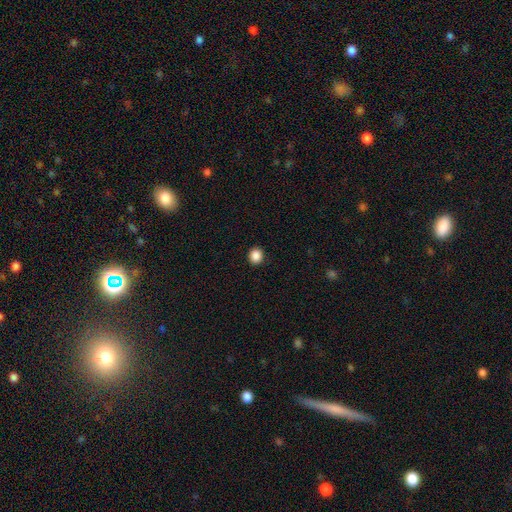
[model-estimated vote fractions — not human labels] smooth_or_featured: smooth (p=0.88) [alt: star or artifact p=0.10]
how_rounded: round (p=0.82) [alt: in between p=0.17]
merging: none (p=0.92) [alt: minor disturbance p=0.05]